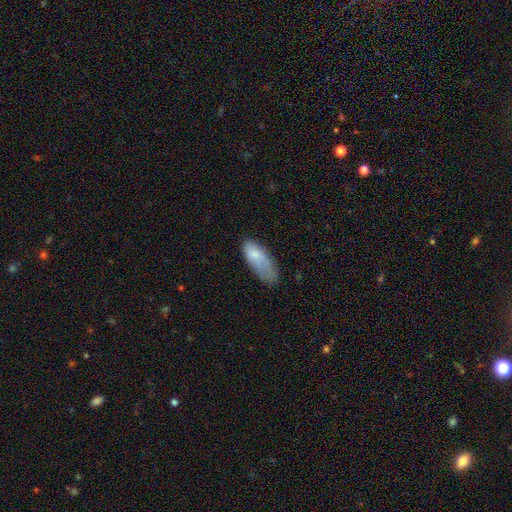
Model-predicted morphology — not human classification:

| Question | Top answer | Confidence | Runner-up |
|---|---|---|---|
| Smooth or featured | smooth | 73% | featured or disk (19%) |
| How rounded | in between | 80% | cigar-shaped (18%) |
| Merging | none | 38% | minor disturbance (37%) |